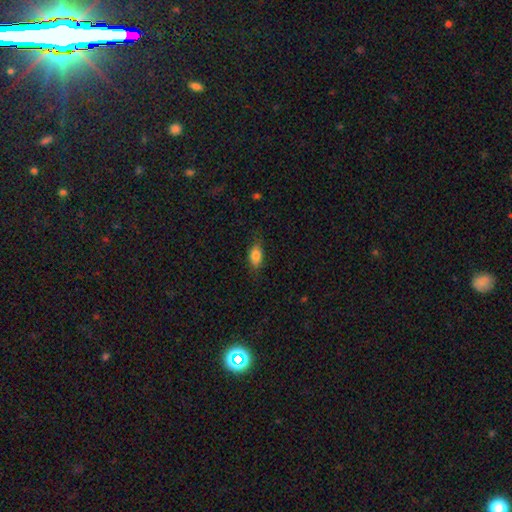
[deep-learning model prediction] Smooth or featured?
  - smooth: 82% *
  - featured or disk: 10%
  - star or artifact: 8%
How rounded?
  - in between: 87% *
  - round: 7%
  - cigar-shaped: 7%
Merging?
  - none: 74% *
  - minor disturbance: 20%
  - major disturbance: 5%
  - merger: 1%